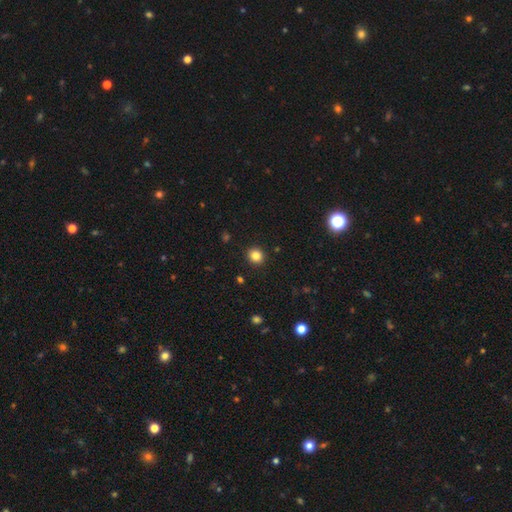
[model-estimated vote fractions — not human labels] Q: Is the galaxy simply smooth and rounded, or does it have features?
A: smooth — 83%.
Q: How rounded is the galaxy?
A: round — 89%.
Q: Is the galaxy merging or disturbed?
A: none — 92%.